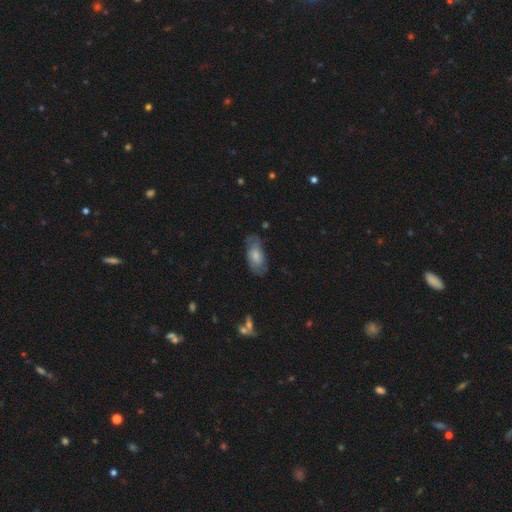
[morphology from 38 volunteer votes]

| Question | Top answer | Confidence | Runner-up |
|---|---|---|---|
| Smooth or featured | smooth | 58% | featured or disk (37%) |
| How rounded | in between | 91% | cigar-shaped (9%) |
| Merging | none | 58% | minor disturbance (33%) |